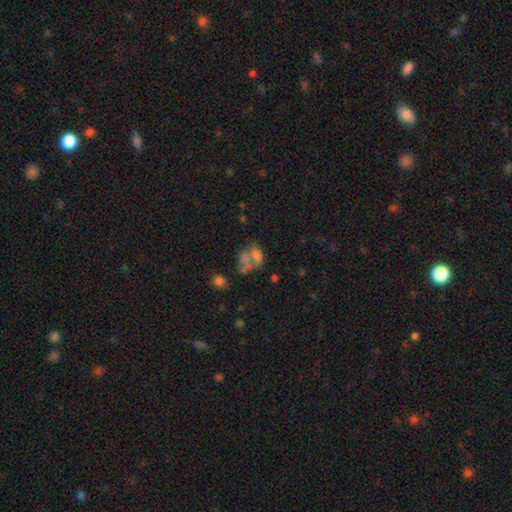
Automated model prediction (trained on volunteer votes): smooth-or-featured: smooth: 51% | featured or disk: 31% | star or artifact: 18%
  how-rounded: in between: 73% | round: 24% | cigar-shaped: 2%
  merging: merger: 42% | none: 25% | major disturbance: 19% | minor disturbance: 14%